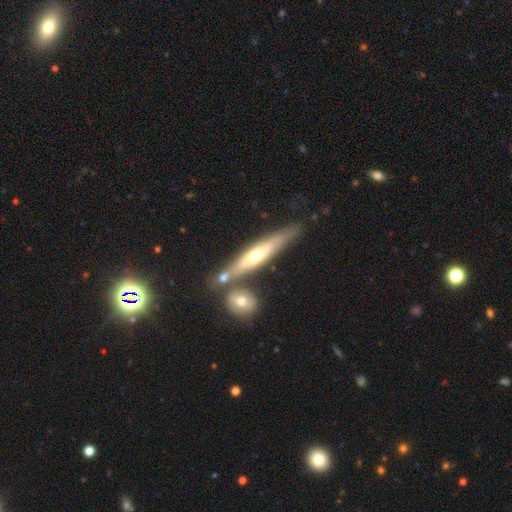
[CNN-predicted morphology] type=featured or disk (58%); edge-on=yes (86%); merging=none (70%).